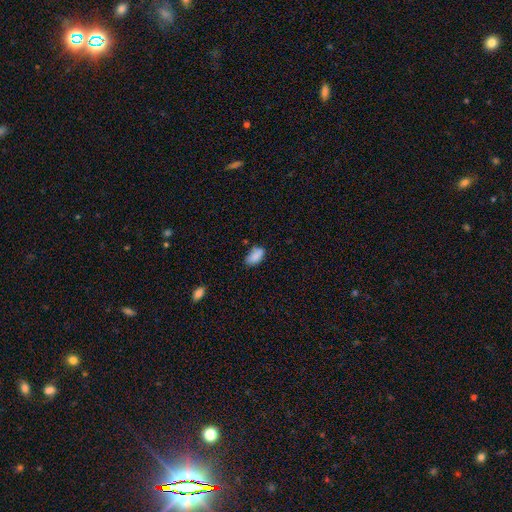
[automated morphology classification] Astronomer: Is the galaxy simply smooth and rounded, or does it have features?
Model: smooth — 85%.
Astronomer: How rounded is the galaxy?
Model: in between — 92%.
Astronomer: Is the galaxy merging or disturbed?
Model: none — 64%.